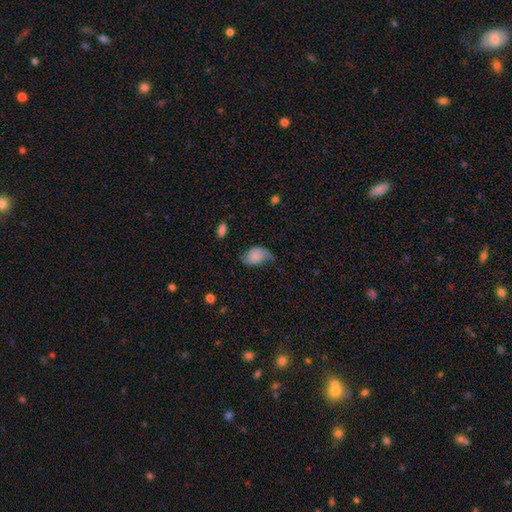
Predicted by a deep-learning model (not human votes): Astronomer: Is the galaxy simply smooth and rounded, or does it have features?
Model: smooth — 50% (runner-up: featured or disk, 41%).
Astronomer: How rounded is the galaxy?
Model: in between — 83%.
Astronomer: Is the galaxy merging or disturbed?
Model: none — 46% (runner-up: minor disturbance, 34%).